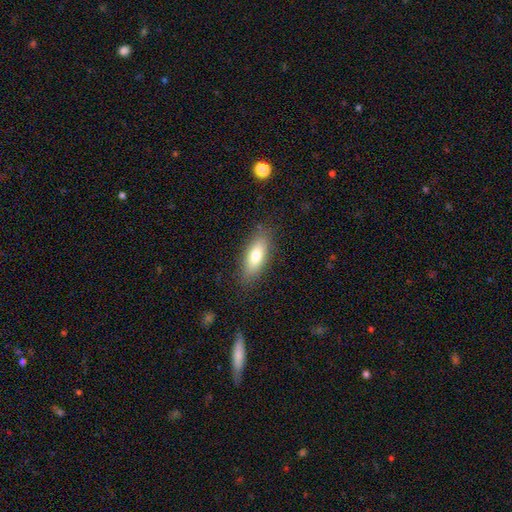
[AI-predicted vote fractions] The model was most divided on "how rounded": in between: 70%, cigar-shaped: 27%, round: 3%. More confident: merging — none (83%); smooth or featured — smooth (73%).